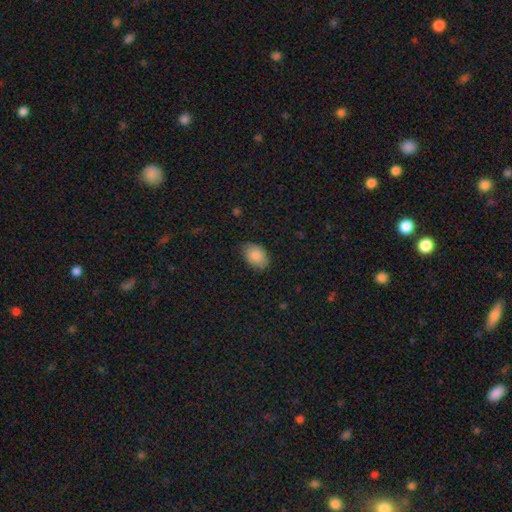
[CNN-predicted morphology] The model was most divided on "merging": none: 81%, minor disturbance: 15%, major disturbance: 3%, merger: 1%. More confident: smooth or featured — smooth (87%); how rounded — in between (86%).